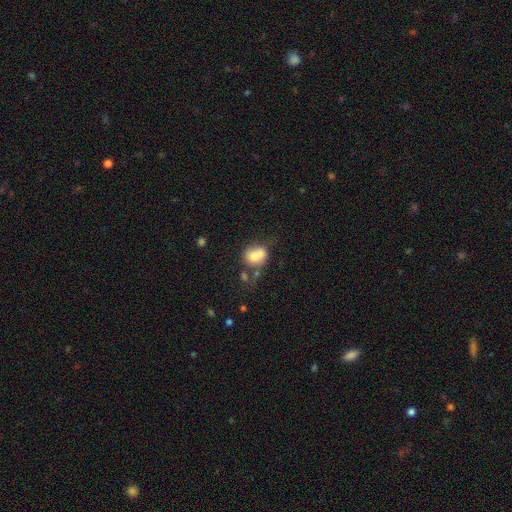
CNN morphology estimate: A smooth galaxy with no disk features (71%) that is round (57%).

Vote fractions:
- Smooth or featured? smooth: 71% / featured or disk: 19% / star or artifact: 10%
- How rounded? round: 57% / in between: 42% / cigar-shaped: 1%
- Merging? none: 36% / merger: 35% / minor disturbance: 19% / major disturbance: 10%